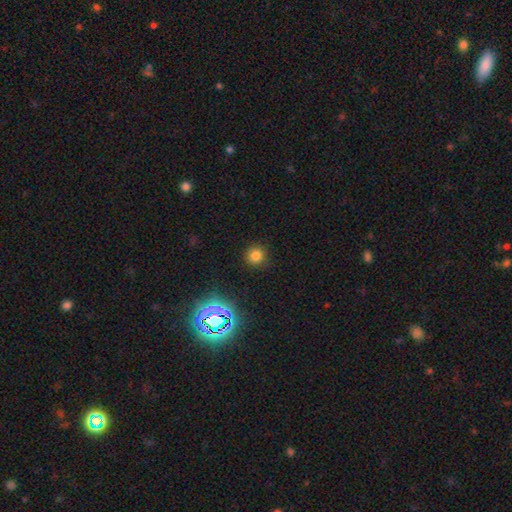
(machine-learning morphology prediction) Q: Smooth or featured?
A: smooth (76%); runner-up: star or artifact (18%)
Q: How rounded?
A: round (92%); runner-up: in between (7%)
Q: Merging?
A: none (88%); runner-up: minor disturbance (8%)